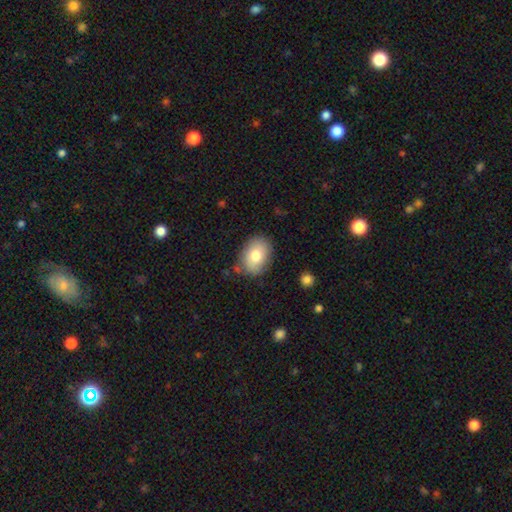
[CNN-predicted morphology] A smooth galaxy with no disk features (78%) that is in between round and cigar-shaped (78%). Merging: none (81%).